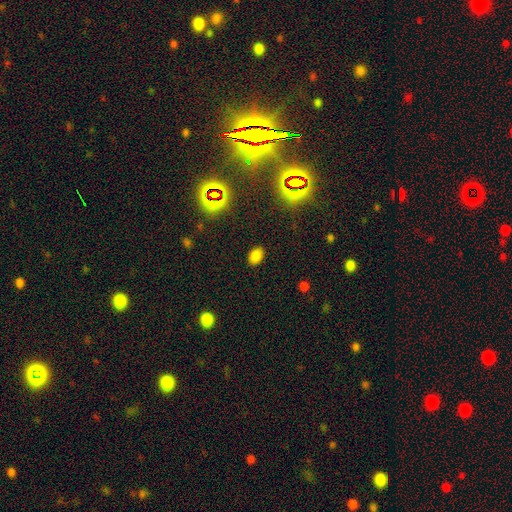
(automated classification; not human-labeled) This appears to be a smooth galaxy with no disk features (77%) that is in between round and cigar-shaped (83%). Merging: none (87%).